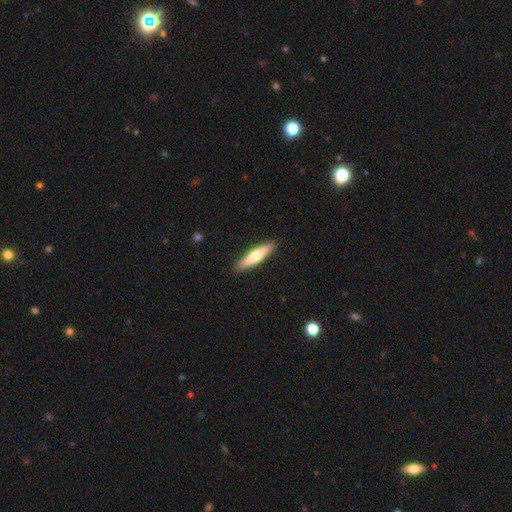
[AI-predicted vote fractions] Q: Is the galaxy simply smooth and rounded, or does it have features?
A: smooth — 53%.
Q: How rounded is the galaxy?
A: cigar-shaped — 83%.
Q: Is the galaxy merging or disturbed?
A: none — 91%.